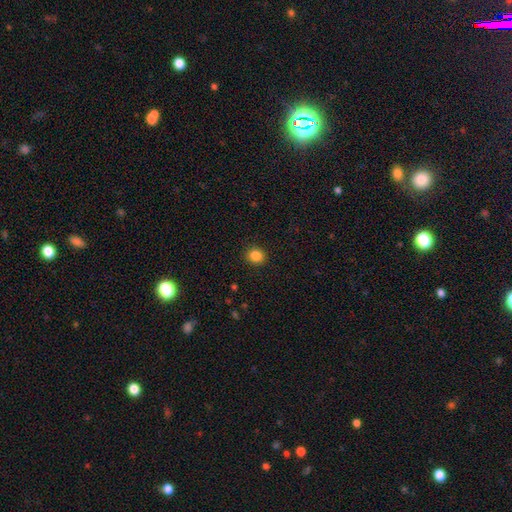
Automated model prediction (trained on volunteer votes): This is clearly a smooth galaxy (86%). How rounded: likely round (74%). Merging: clearly none (90%).